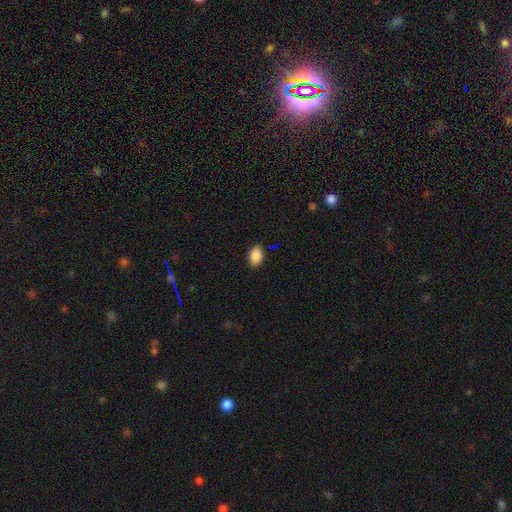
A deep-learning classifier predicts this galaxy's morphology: This appears to be a smooth galaxy with no disk features (89%) that is in between round and cigar-shaped (88%). Merging: none (88%).